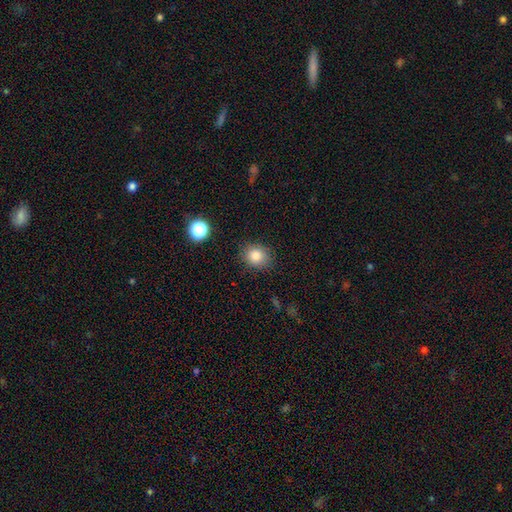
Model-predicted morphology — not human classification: A smooth galaxy with no disk features (83%) that is round (67%).

Vote fractions:
- Smooth or featured? smooth: 83% / star or artifact: 11% / featured or disk: 6%
- How rounded? round: 67% / in between: 32% / cigar-shaped: 1%
- Merging? none: 85% / minor disturbance: 11% / major disturbance: 3% / merger: 2%